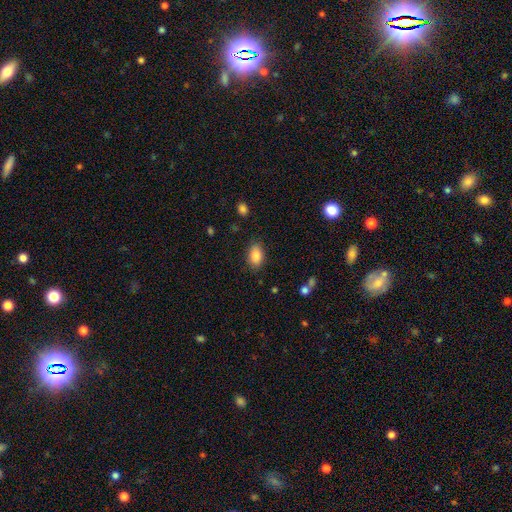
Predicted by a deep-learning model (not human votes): Smooth or featured: smooth — 86% (star or artifact — 8%)
How rounded: in between — 90% (round — 8%)
Merging: none — 84% (minor disturbance — 11%)